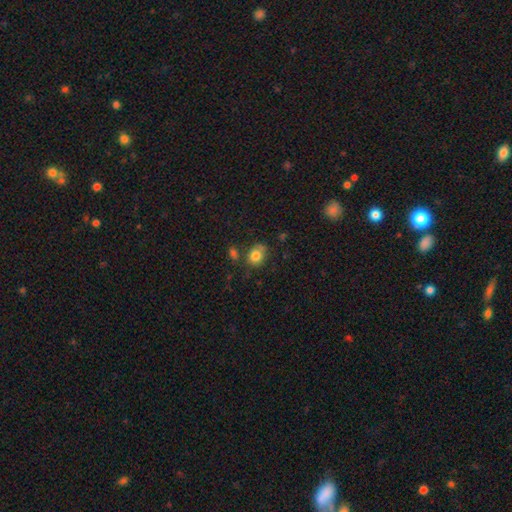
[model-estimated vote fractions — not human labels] Smooth or featured: smooth — 82% (star or artifact — 10%)
How rounded: round — 57% (in between — 42%)
Merging: none — 62% (minor disturbance — 22%)